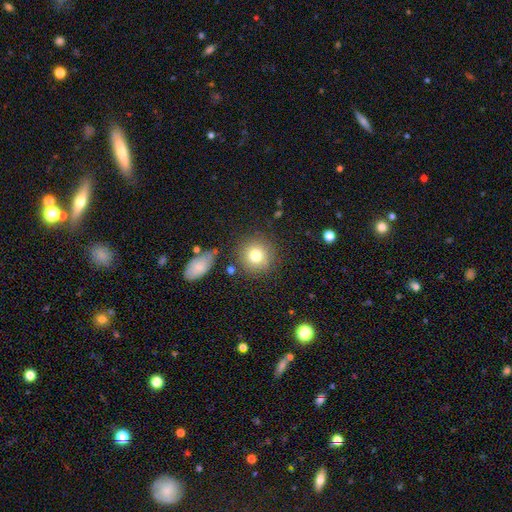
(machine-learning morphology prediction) type=smooth (79%); roundness=round (91%); merging=none (81%).